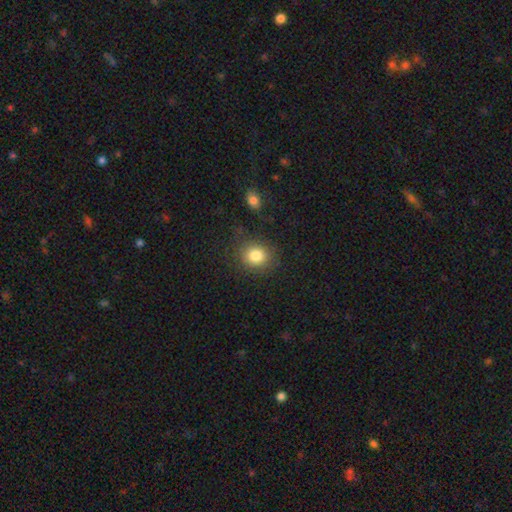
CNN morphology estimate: Smooth or featured? Predicted: smooth (p=0.83). How rounded? Predicted: round (p=0.74). Merging? Predicted: none (p=0.81).